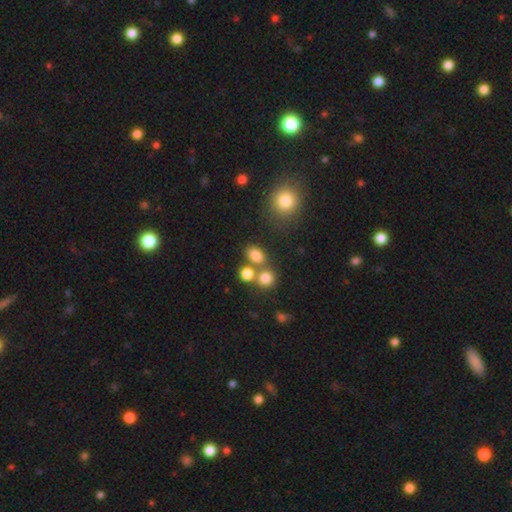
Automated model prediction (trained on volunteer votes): This appears to be a smooth galaxy with no disk features (79%) that is in between round and cigar-shaped (67%). Merging: none (61%).